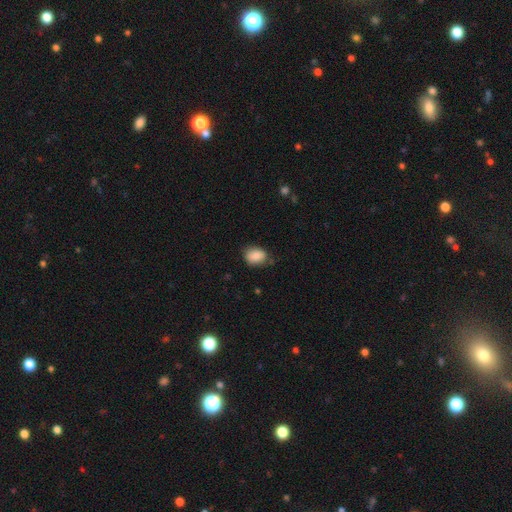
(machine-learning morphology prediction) Smooth or featured? Predicted: smooth (p=0.86). How rounded? Predicted: in between (p=0.64). Merging? Predicted: none (p=0.71).